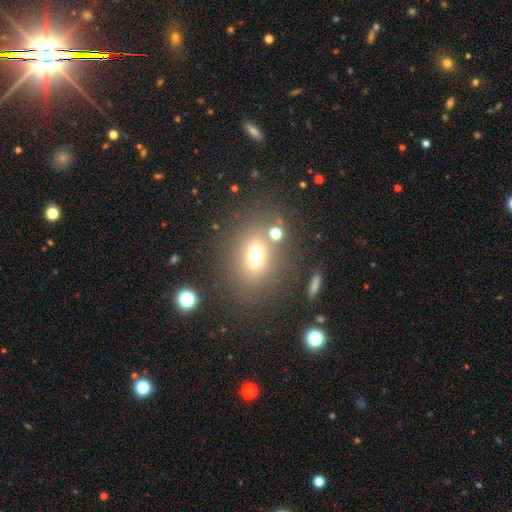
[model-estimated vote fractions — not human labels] smooth-or-featured: smooth: 67% | star or artifact: 19% | featured or disk: 14%
  how-rounded: in between: 54% | round: 44% | cigar-shaped: 2%
  merging: none: 72% | minor disturbance: 11% | merger: 11% | major disturbance: 6%